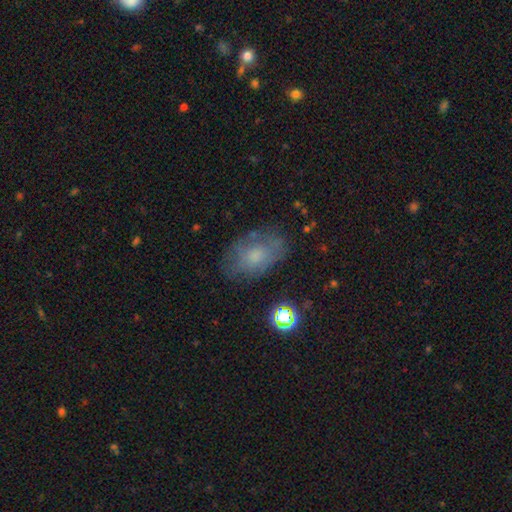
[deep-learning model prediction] Smooth or featured: smooth — 56% (featured or disk — 31%)
How rounded: in between — 86% (round — 13%)
Merging: none — 68% (minor disturbance — 21%)